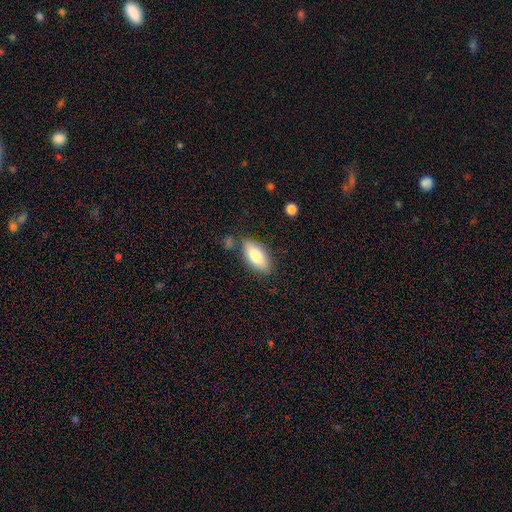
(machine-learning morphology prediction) Smooth or featured? Predicted: smooth (p=0.79). How rounded? Predicted: in between (p=0.86). Merging? Predicted: none (p=0.78).